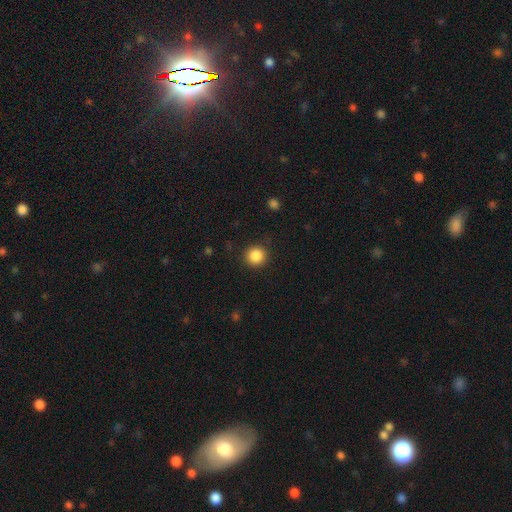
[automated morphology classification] Q: Smooth or featured?
A: smooth (87%); runner-up: star or artifact (10%)
Q: How rounded?
A: round (93%); runner-up: in between (6%)
Q: Merging?
A: none (89%); runner-up: minor disturbance (7%)